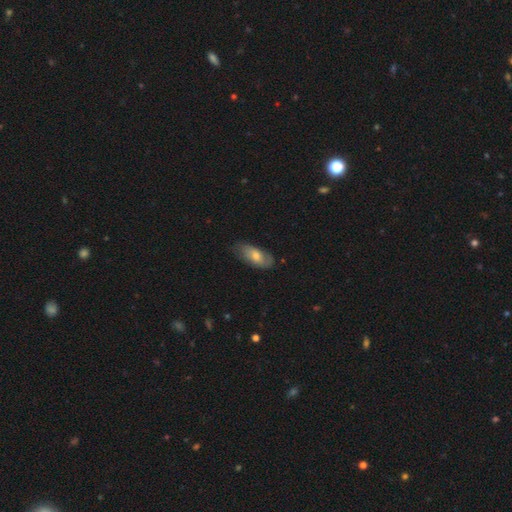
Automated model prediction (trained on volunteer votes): The model was most divided on "smooth or featured": smooth: 67%, featured or disk: 27%, star or artifact: 6%. More confident: how rounded — in between (88%); merging — none (67%).